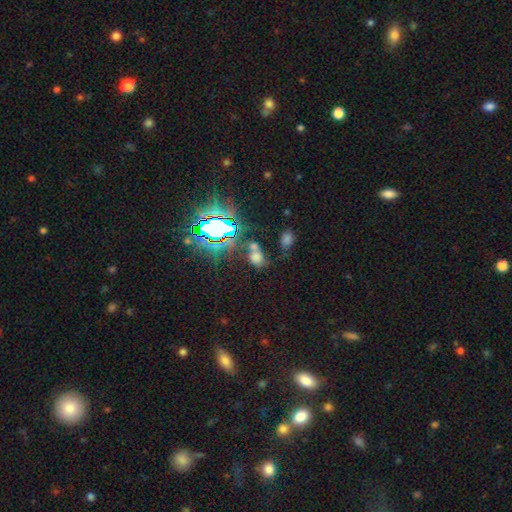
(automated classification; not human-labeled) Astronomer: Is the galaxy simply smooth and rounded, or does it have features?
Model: smooth — 52% (runner-up: star or artifact, 36%).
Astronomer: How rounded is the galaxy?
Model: in between — 66%.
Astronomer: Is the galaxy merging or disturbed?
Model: none — 44% (runner-up: merger, 26%).